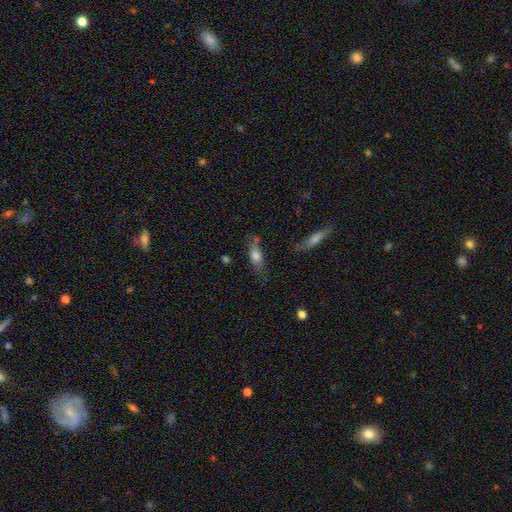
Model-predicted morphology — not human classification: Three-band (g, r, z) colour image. It shows a smooth galaxy with no disk features (68%) that is in between round and cigar-shaped (58%). Merging: none (62%).